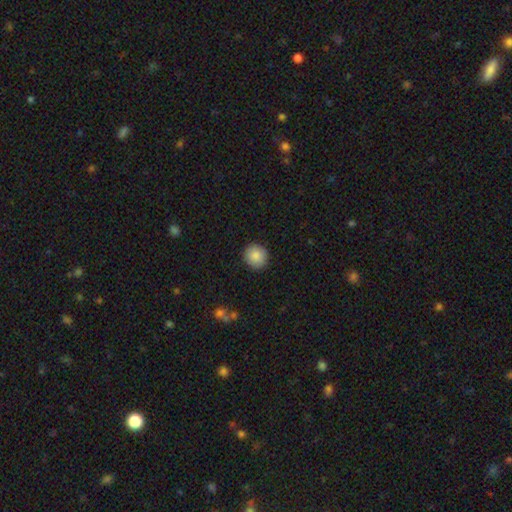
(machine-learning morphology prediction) Q: Smooth or featured?
A: smooth (87%); runner-up: star or artifact (8%)
Q: How rounded?
A: round (88%); runner-up: in between (11%)
Q: Merging?
A: none (90%); runner-up: minor disturbance (7%)